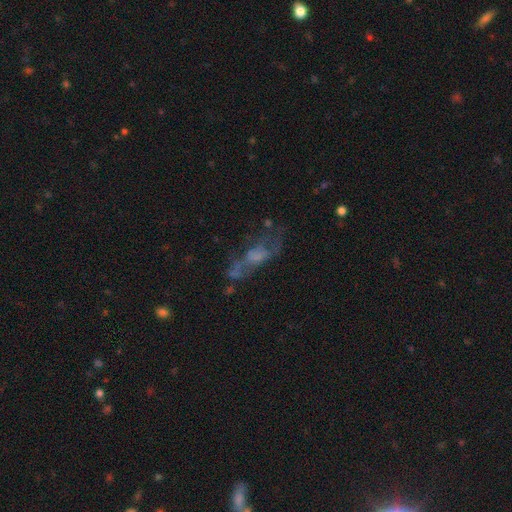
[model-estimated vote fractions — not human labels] smooth-or-featured: featured or disk: 52% | smooth: 31% | star or artifact: 17%
  disk-edge-on: no: 85% | yes: 15%
  merging: none: 40% | major disturbance: 31% | minor disturbance: 18% | merger: 11%